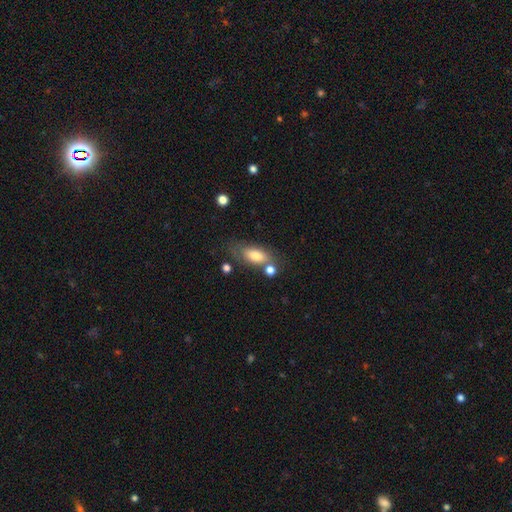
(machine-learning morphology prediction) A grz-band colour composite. It shows a smooth galaxy with no disk features (75%) that is in between round and cigar-shaped (82%). Merging: none (58%).